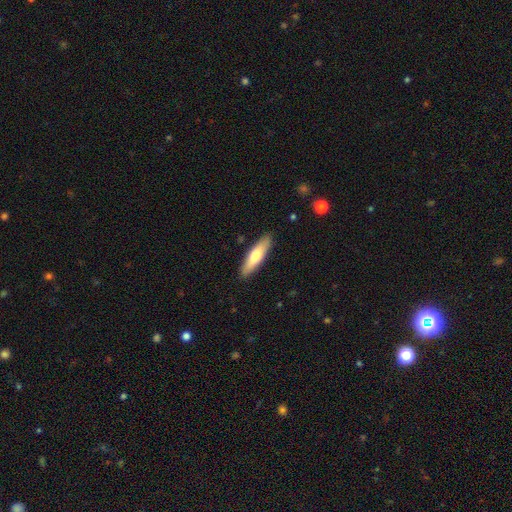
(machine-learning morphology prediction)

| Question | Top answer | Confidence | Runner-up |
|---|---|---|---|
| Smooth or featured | smooth | 68% | featured or disk (27%) |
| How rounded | cigar-shaped | 67% | in between (31%) |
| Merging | none | 89% | minor disturbance (9%) |